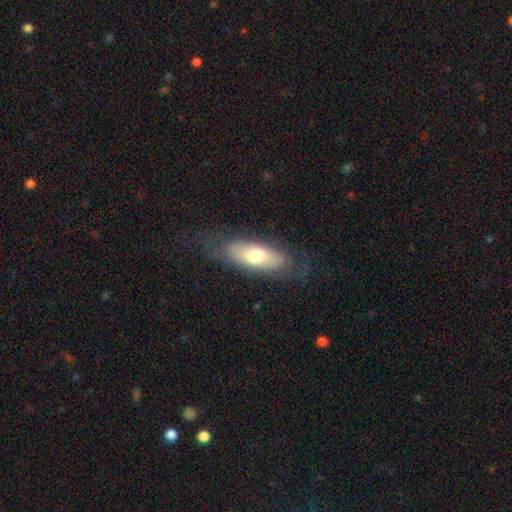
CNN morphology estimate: This appears to be a smooth galaxy with no disk features (58%) that is in between round and cigar-shaped (72%). Merging: none (70%).